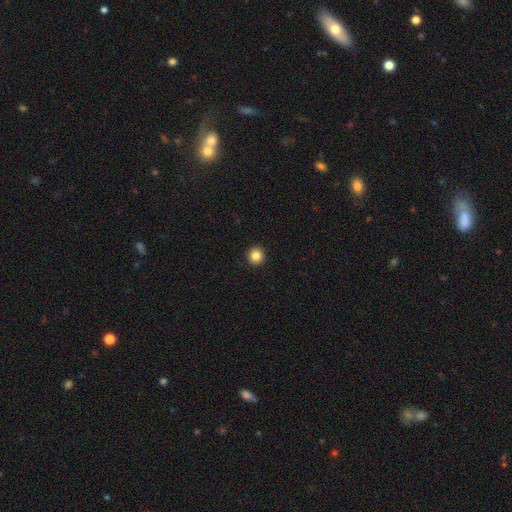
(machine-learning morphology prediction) smooth_or_featured: smooth (p=0.84) [alt: star or artifact p=0.10]
how_rounded: round (p=0.95) [alt: in between p=0.04]
merging: none (p=0.94) [alt: minor disturbance p=0.04]